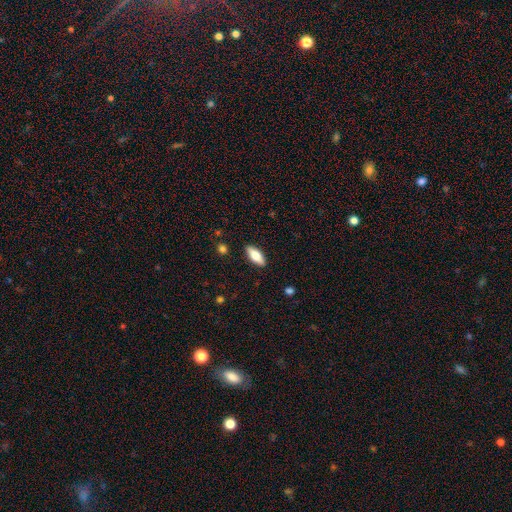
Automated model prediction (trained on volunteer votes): Smooth or featured? smooth (72%)
How rounded? in between (76%)
Merging? none (89%)